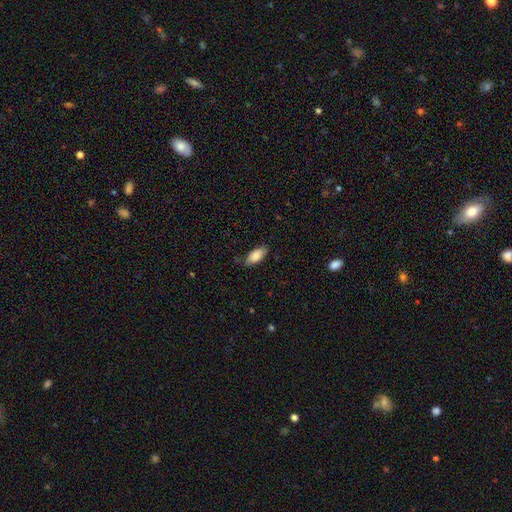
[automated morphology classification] type=smooth (85%); roundness=in between (86%); merging=none (76%).